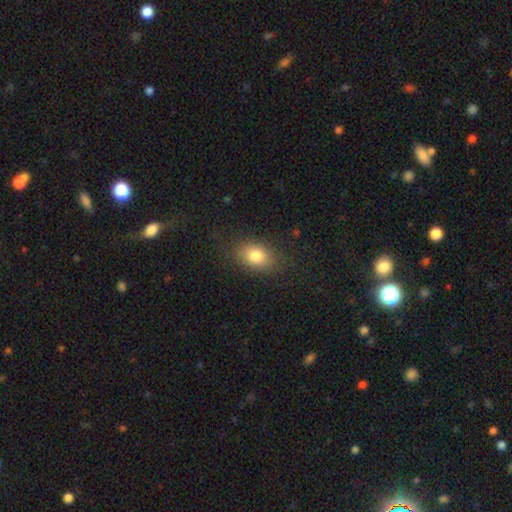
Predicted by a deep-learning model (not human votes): Overall: smooth (81%). How rounded: in between (78%). Merging: none (82%).